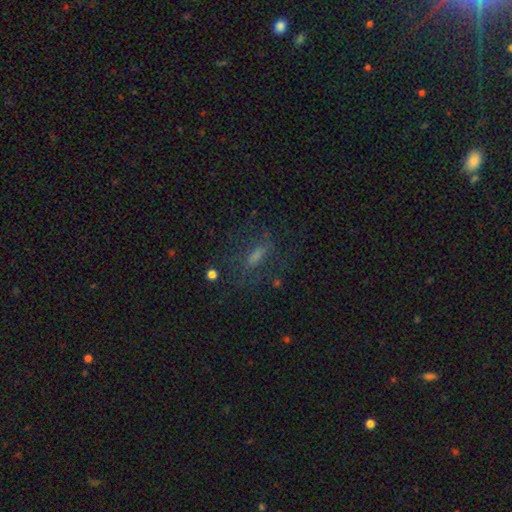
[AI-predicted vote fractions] Smooth or featured? Predicted: smooth (p=0.49). Merging? Predicted: none (p=0.63).